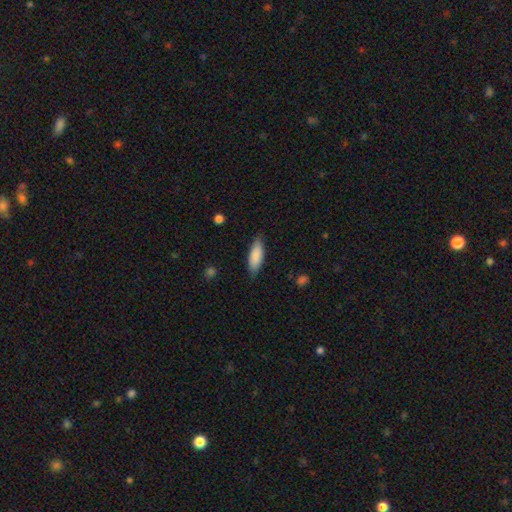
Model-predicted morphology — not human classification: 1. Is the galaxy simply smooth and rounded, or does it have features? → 87% smooth, 8% featured or disk, 6% star or artifact.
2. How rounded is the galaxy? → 69% in between, 29% cigar-shaped, 2% round.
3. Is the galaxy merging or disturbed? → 82% none, 14% minor disturbance, 3% major disturbance, 1% merger.